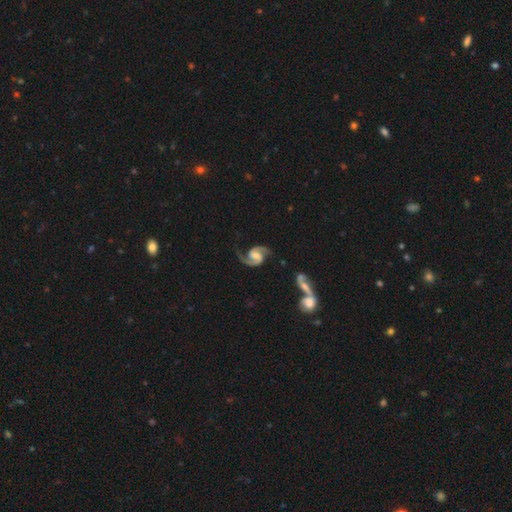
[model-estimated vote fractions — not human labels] Smooth or featured? Predicted: featured or disk (p=0.93). Edge-on disk? Predicted: no (p=0.98). Bar? Predicted: weak (p=0.48). Spiral arms? Predicted: yes (p=0.98). Spiral winding? Predicted: medium (p=0.61). Spiral arm count? Predicted: 2 (p=0.94). Bulge size? Predicted: moderate (p=0.41). Merging? Predicted: none (p=0.76).